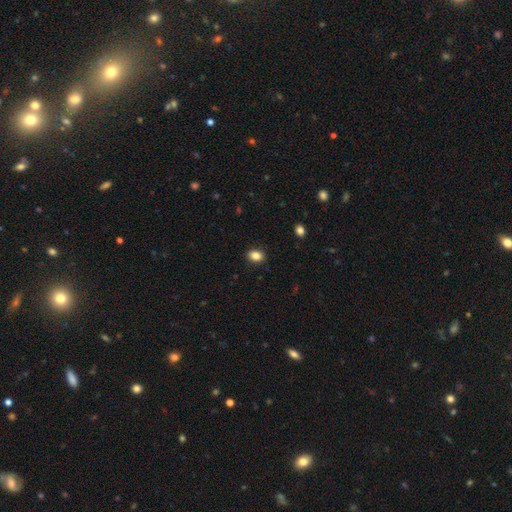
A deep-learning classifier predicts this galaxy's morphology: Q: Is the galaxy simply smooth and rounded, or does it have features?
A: smooth — 86%.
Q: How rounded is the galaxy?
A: in between — 75%.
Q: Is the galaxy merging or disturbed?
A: none — 89%.